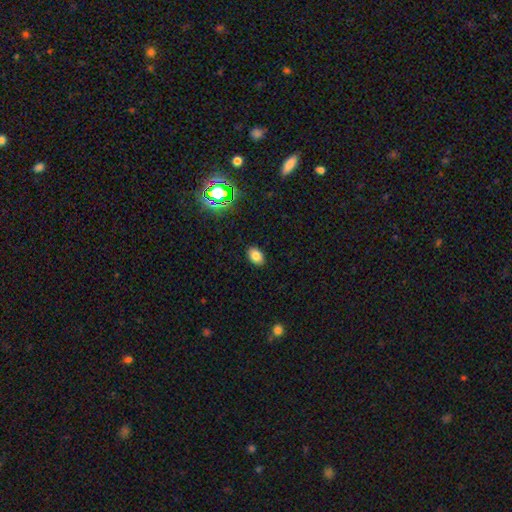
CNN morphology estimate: Q: Smooth or featured?
A: smooth (80%); runner-up: star or artifact (14%)
Q: How rounded?
A: in between (84%); runner-up: round (15%)
Q: Merging?
A: none (89%); runner-up: minor disturbance (8%)